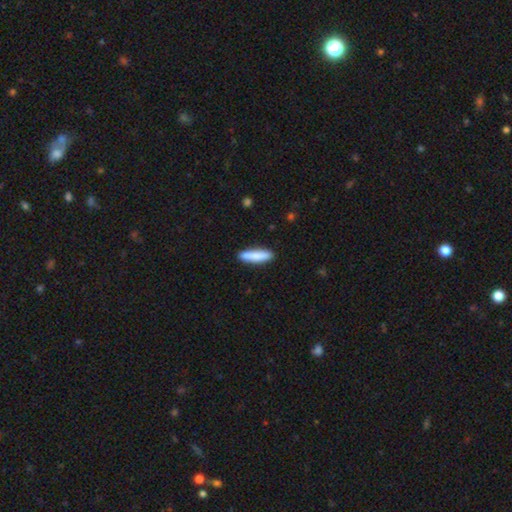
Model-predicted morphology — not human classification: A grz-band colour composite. It shows a smooth galaxy with no disk features (84%) that is cigar-shaped (75%). Merging: none (86%).